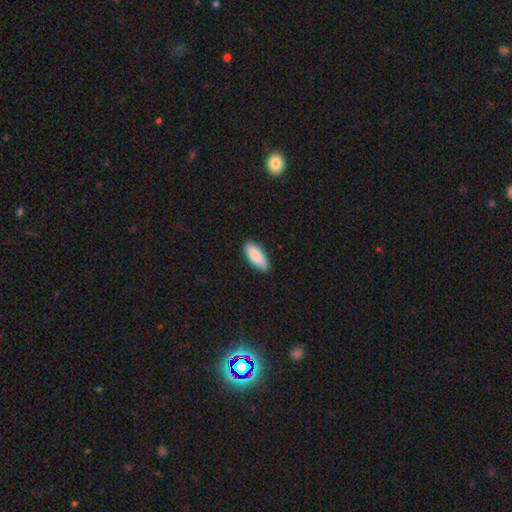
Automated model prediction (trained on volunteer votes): The model was most divided on "how rounded": in between: 85%, cigar-shaped: 14%, round: 2%. More confident: smooth or featured — smooth (88%); merging — none (85%).